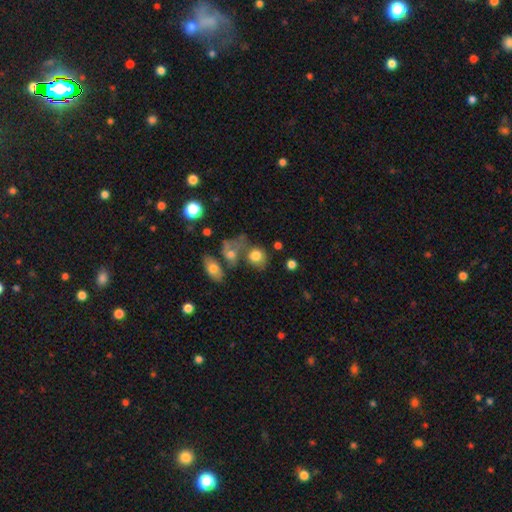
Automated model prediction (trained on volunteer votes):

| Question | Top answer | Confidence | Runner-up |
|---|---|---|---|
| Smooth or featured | smooth | 76% | featured or disk (15%) |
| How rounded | round | 59% | in between (40%) |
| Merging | none | 41% | merger (30%) |